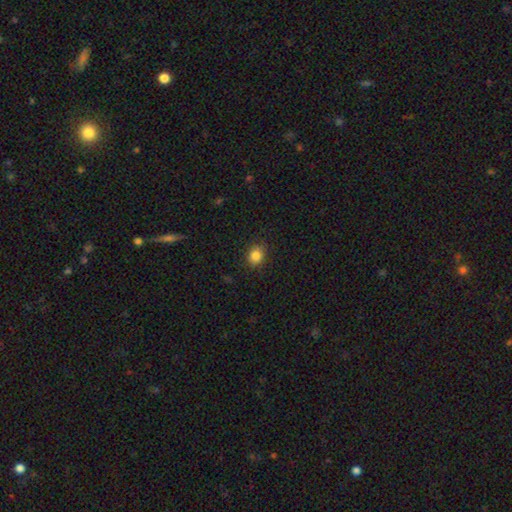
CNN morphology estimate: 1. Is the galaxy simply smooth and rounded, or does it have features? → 85% smooth, 10% star or artifact, 5% featured or disk.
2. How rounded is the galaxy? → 64% round, 35% in between, 1% cigar-shaped.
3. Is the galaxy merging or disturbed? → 87% none, 9% minor disturbance, 2% major disturbance, 1% merger.